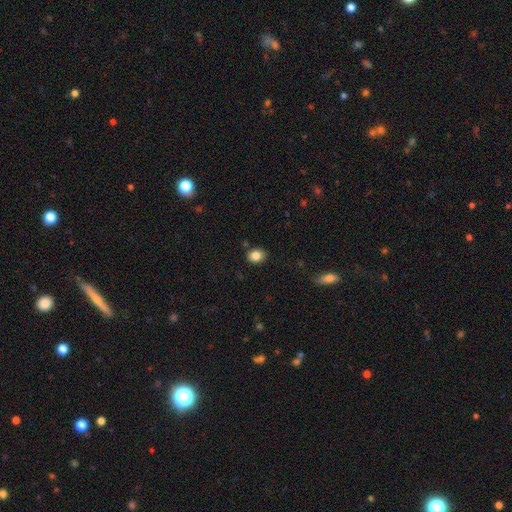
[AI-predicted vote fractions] Overall: smooth (84%). How rounded: round (55%; in between 44%). Merging: none (85%).